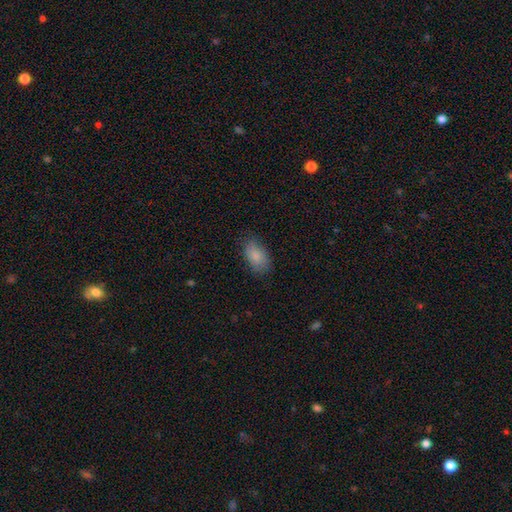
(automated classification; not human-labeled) smooth 86%, star or artifact 7%, featured or disk 7%. Down the decision tree: how rounded — in between (92%); merging — none (77%).